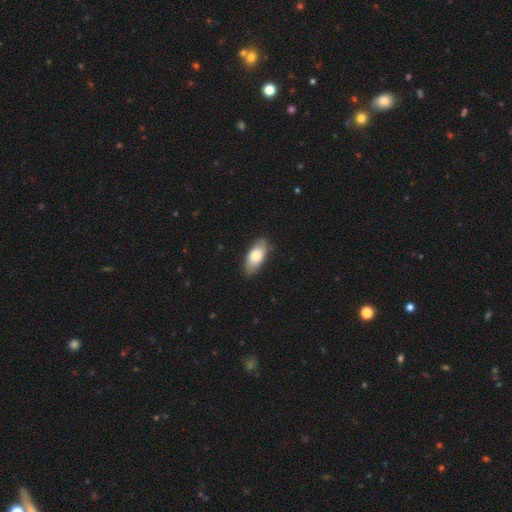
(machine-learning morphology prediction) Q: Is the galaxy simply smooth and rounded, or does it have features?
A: smooth — 76%.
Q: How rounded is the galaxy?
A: in between — 89%.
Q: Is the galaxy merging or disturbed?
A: none — 83%.